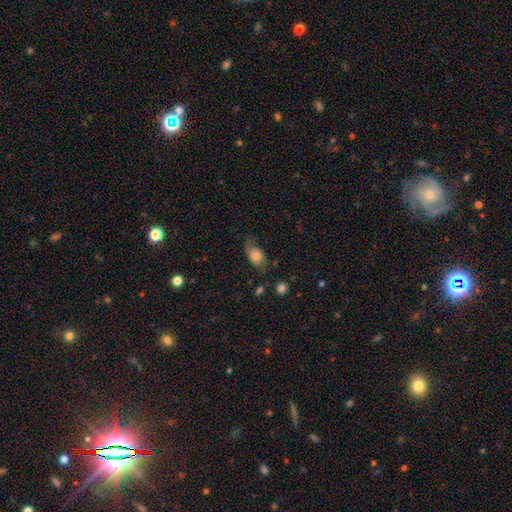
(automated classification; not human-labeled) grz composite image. It shows a smooth galaxy with no disk features (58%) that is in between round and cigar-shaped (84%). Merging: none (59%).